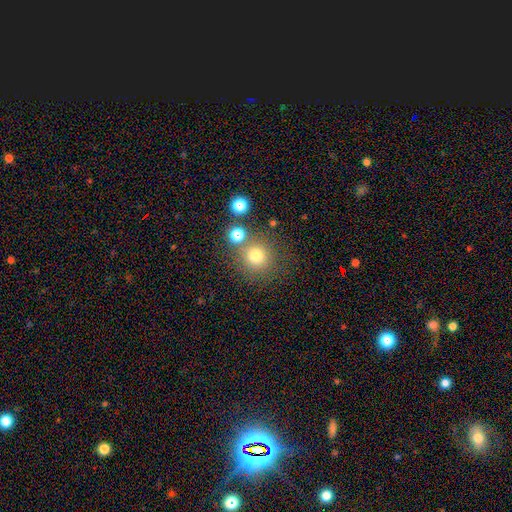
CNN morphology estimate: Smooth or featured? smooth (74%)
How rounded? round (93%)
Merging? none (74%)